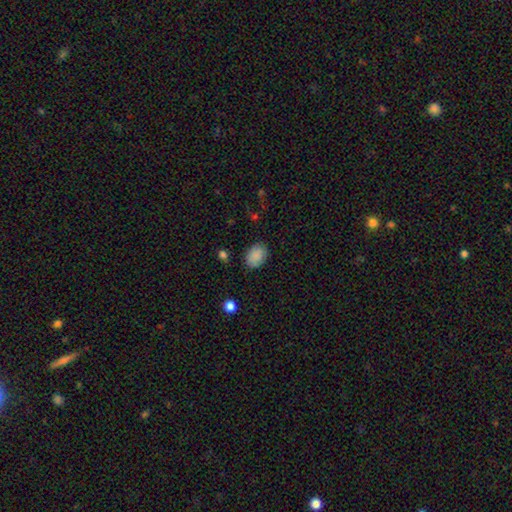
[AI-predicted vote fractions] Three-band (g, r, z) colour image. It shows a smooth galaxy with no disk features (88%) that is in between round and cigar-shaped (77%). Merging: none (83%).